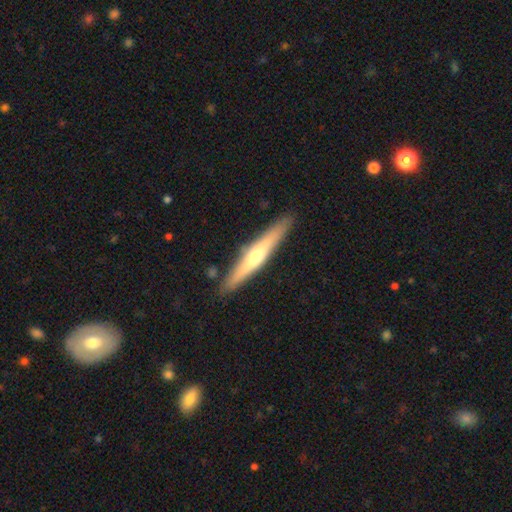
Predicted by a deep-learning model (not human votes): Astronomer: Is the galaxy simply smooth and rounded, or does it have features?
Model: featured or disk — 58% (runner-up: smooth, 36%).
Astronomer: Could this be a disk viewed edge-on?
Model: yes — 94%.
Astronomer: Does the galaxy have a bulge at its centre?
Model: rounded — 85%.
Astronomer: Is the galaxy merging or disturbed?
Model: none — 88%.